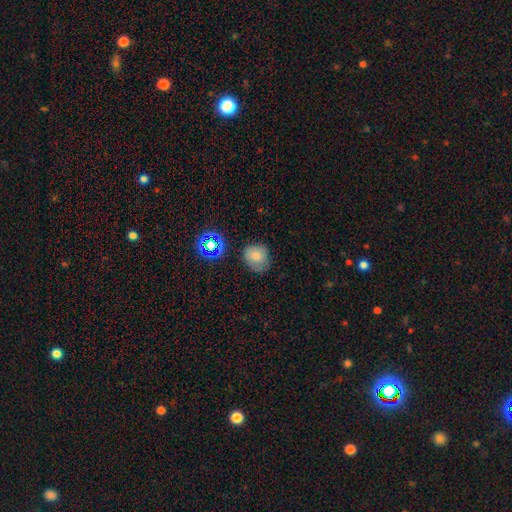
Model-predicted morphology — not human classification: This is likely a smooth galaxy (75%). How rounded: likely round (75%). Merging: likely none (71%).